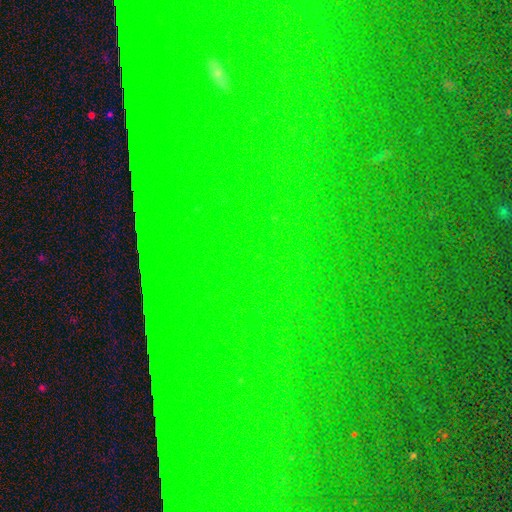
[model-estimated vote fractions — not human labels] This appears to be a star or artifact, not a galaxy (83%).